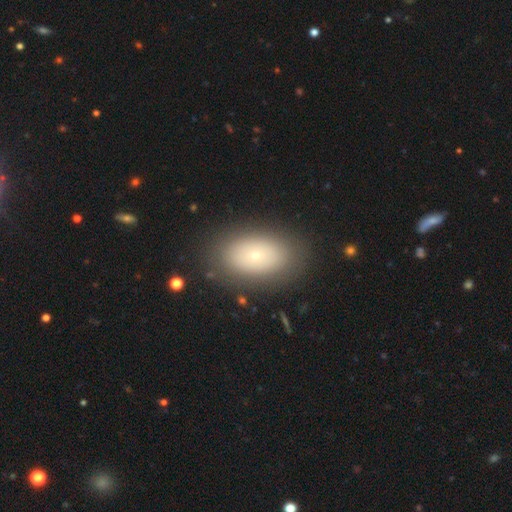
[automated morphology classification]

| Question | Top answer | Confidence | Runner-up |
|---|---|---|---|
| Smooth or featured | smooth | 68% | featured or disk (21%) |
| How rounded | in between | 86% | round (13%) |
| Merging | none | 84% | minor disturbance (10%) |